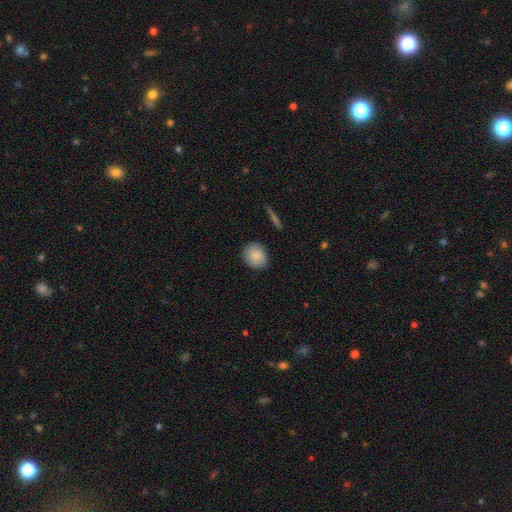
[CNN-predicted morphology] type=smooth (86%); roundness=round (70%); merging=none (84%).